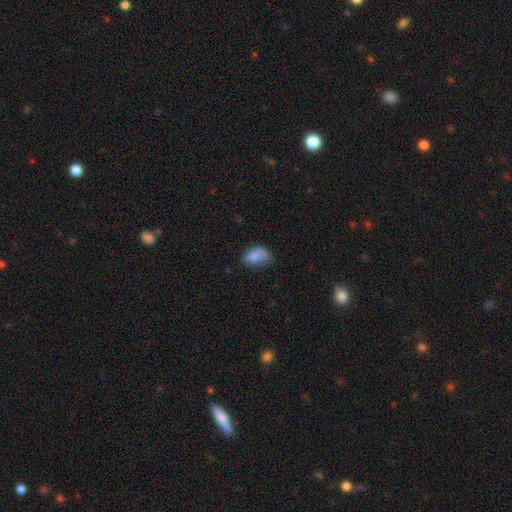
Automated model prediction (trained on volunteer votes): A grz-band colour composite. It shows a smooth galaxy with no disk features (77%) that is in between round and cigar-shaped (81%). Merging: none (45%).